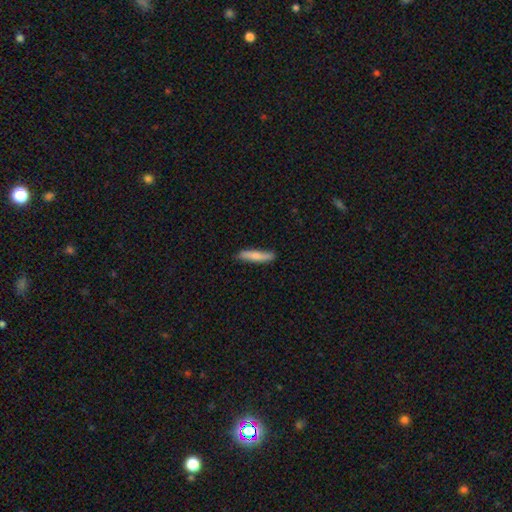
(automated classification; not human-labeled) Smooth or featured?
  - smooth: 74% *
  - featured or disk: 20%
  - star or artifact: 5%
How rounded?
  - cigar-shaped: 86% *
  - in between: 12%
  - round: 2%
Merging?
  - none: 84% *
  - minor disturbance: 13%
  - major disturbance: 2%
  - merger: 1%